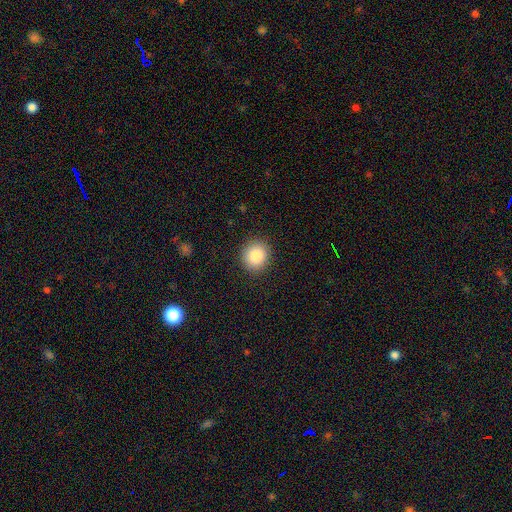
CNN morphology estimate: This appears to be a smooth galaxy with no disk features (86%) that is round (86%). Merging: none (90%).